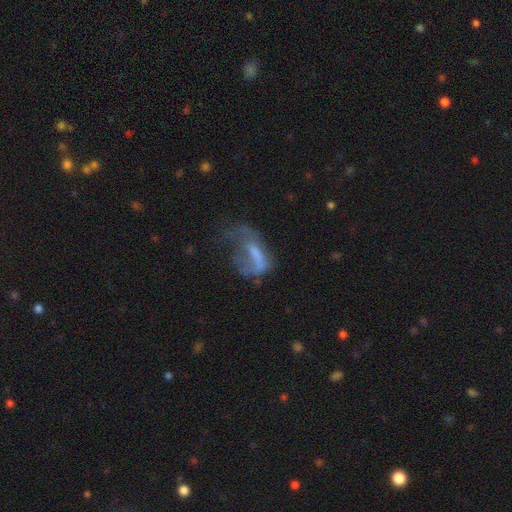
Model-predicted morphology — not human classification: featured or disk 46%, smooth 42%, star or artifact 12%. Down the decision tree: merging — major disturbance (58%).